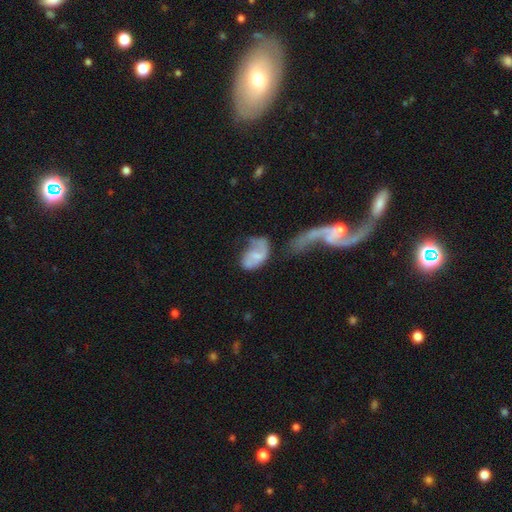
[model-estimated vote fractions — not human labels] Smooth or featured? featured or disk (55%)
Edge-on disk? no (97%)
Bar? no (55%)
Spiral arms? yes (75%)
Bulge size? small (39%)
Merging? major disturbance (36%)